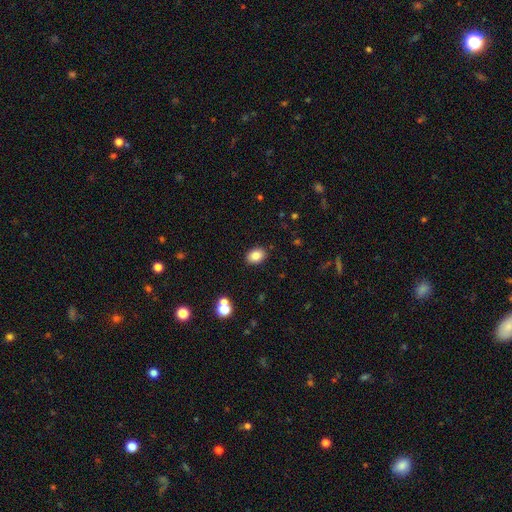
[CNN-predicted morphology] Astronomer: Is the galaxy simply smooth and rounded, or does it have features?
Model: smooth — 83%.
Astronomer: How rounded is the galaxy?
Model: in between — 71%.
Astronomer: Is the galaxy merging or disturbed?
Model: none — 89%.